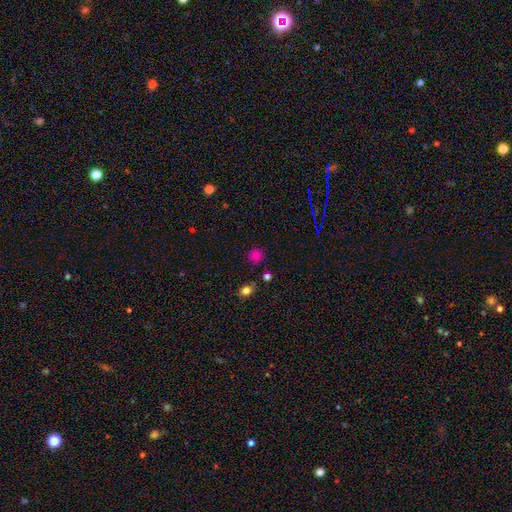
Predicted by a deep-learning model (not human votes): A smooth galaxy with no disk features (77%) that is round (88%). Merging: none (80%).